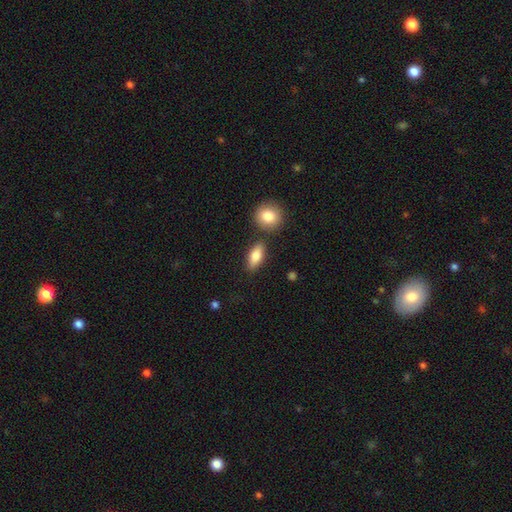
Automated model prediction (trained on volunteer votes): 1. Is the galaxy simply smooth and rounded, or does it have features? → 78% smooth, 15% featured or disk, 7% star or artifact.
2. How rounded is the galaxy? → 79% in between, 15% cigar-shaped, 6% round.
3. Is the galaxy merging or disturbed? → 78% none, 11% minor disturbance, 8% merger, 3% major disturbance.